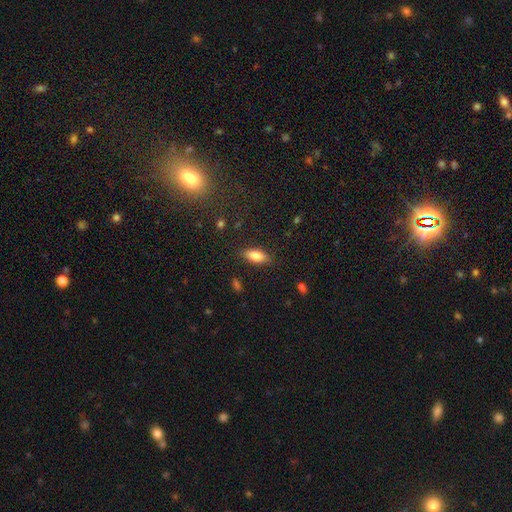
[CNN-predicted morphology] The model was most divided on "how rounded": in between: 83%, cigar-shaped: 14%, round: 3%. More confident: merging — none (85%); smooth or featured — smooth (83%).